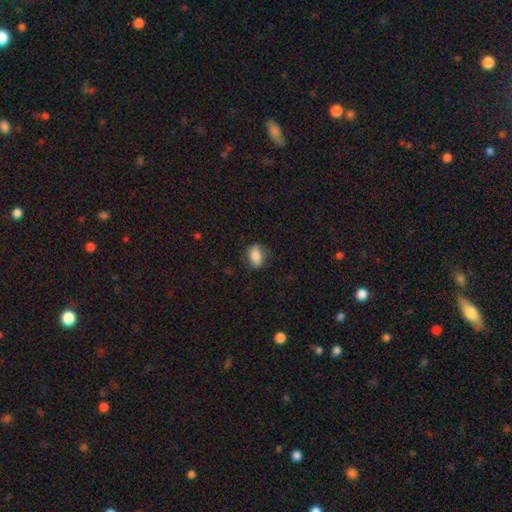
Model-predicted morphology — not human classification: Smooth or featured?
  - smooth: 80% *
  - featured or disk: 12%
  - star or artifact: 8%
How rounded?
  - in between: 84% *
  - round: 14%
  - cigar-shaped: 3%
Merging?
  - none: 75% *
  - minor disturbance: 18%
  - major disturbance: 6%
  - merger: 1%